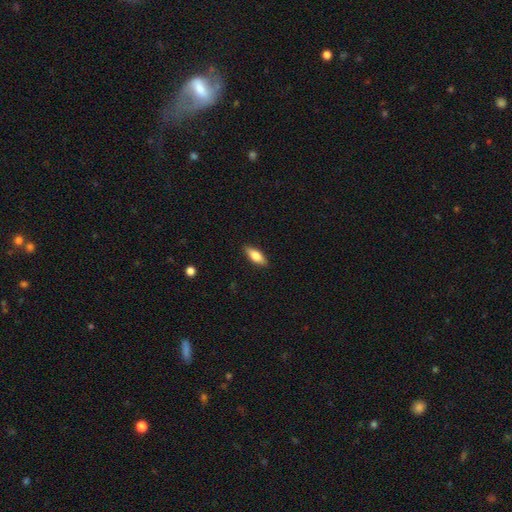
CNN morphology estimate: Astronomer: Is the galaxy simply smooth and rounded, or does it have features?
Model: smooth — 73%.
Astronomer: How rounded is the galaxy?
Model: in between — 71%.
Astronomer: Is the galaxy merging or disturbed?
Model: none — 88%.